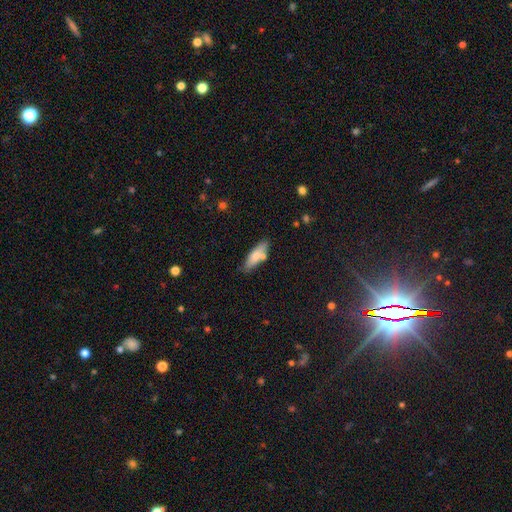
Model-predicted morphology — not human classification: smooth_or_featured: smooth (p=0.75) [alt: featured or disk p=0.18]
how_rounded: cigar-shaped (p=0.51) [alt: in between p=0.47]
merging: none (p=0.71) [alt: minor disturbance p=0.15]